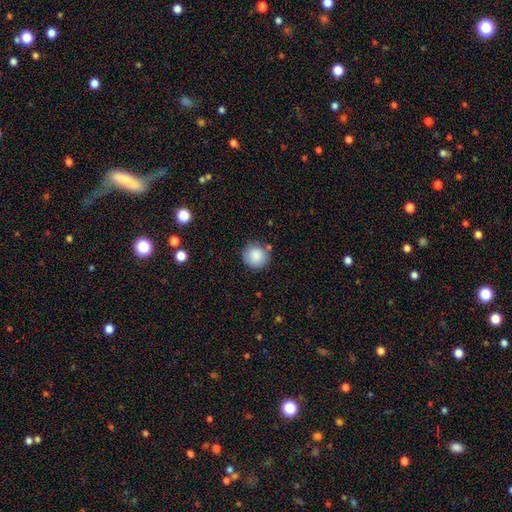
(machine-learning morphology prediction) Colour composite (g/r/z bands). It shows a smooth galaxy with no disk features (87%) that is round (93%). Merging: none (82%).